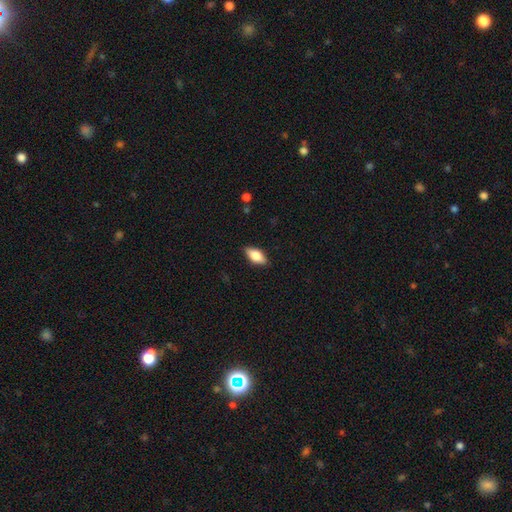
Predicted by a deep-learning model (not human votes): Smooth or featured: smooth — 75% (featured or disk — 18%)
How rounded: in between — 87% (cigar-shaped — 9%)
Merging: none — 86% (minor disturbance — 11%)